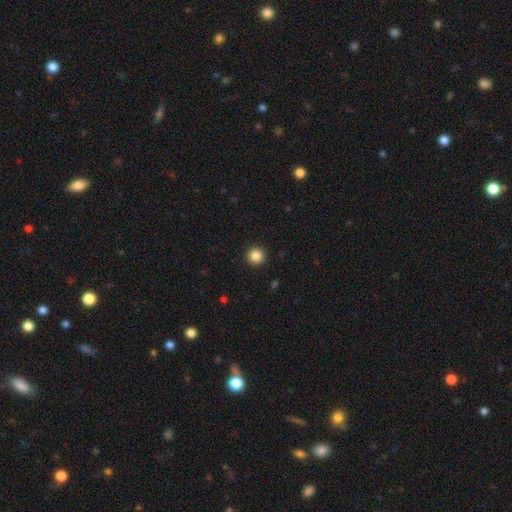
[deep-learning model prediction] Overall: smooth (86%). How rounded: round (96%). Merging: none (93%).